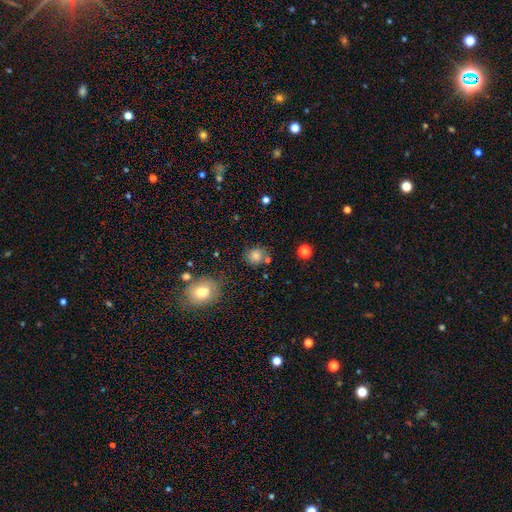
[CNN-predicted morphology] smooth 78%, star or artifact 13%, featured or disk 8%. Down the decision tree: how rounded — round (80%); merging — none (72%).